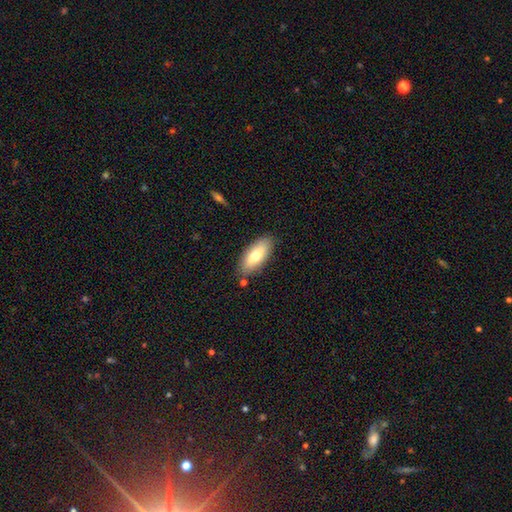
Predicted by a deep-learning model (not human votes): Smooth or featured? Predicted: smooth (p=0.73). How rounded? Predicted: in between (p=0.83). Merging? Predicted: none (p=0.83).